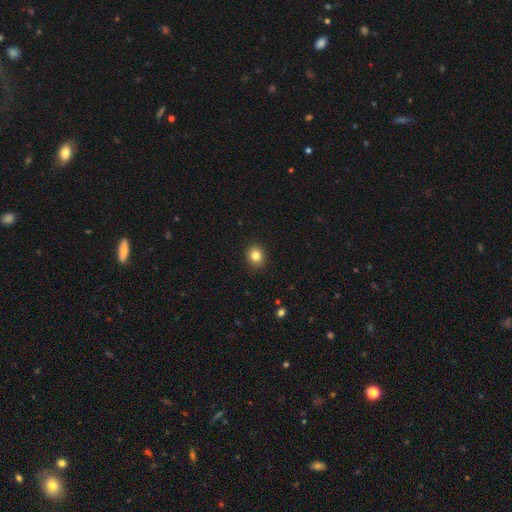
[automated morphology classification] Smooth or featured? Predicted: smooth (p=0.83). How rounded? Predicted: round (p=0.79). Merging? Predicted: none (p=0.92).